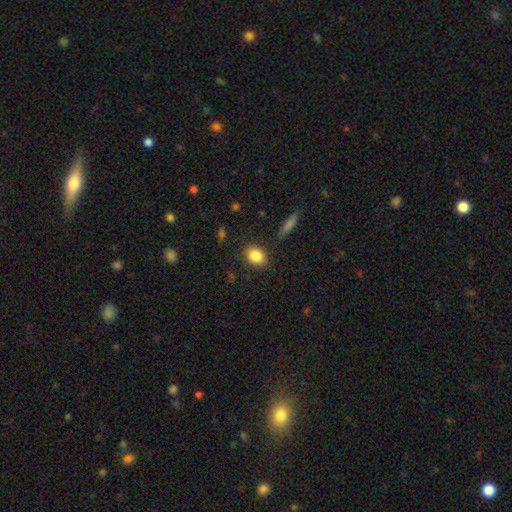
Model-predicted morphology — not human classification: This appears to be a smooth galaxy with no disk features (85%) that is in between round and cigar-shaped (54%). Merging: none (85%).